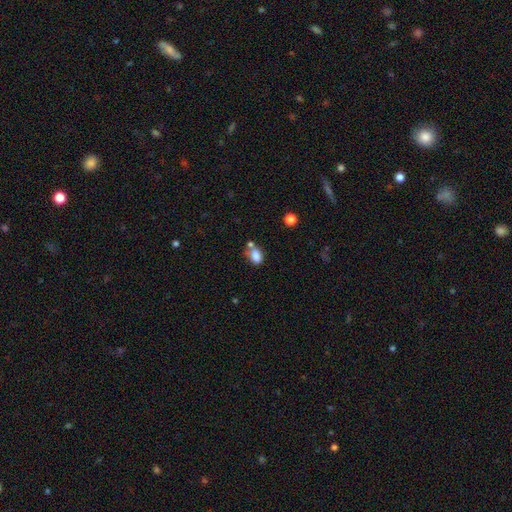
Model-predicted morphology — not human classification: A smooth galaxy with no disk features (81%) that is in between round and cigar-shaped (77%). Merging: none (46%).